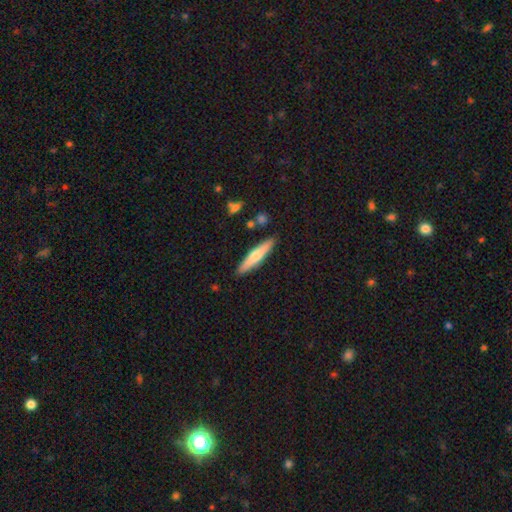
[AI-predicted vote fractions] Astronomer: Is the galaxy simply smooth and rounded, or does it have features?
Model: smooth — 56% (runner-up: featured or disk, 39%).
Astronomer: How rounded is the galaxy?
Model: cigar-shaped — 85%.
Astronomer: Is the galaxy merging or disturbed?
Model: none — 88%.